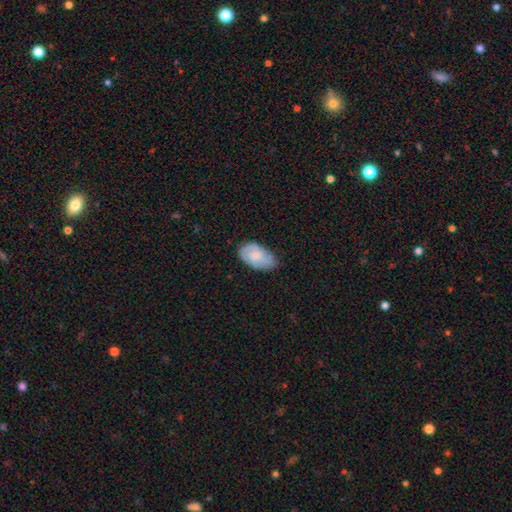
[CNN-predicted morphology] smooth 58%, featured or disk 36%, star or artifact 7%. Down the decision tree: how rounded — in between (92%); merging — none (68%).